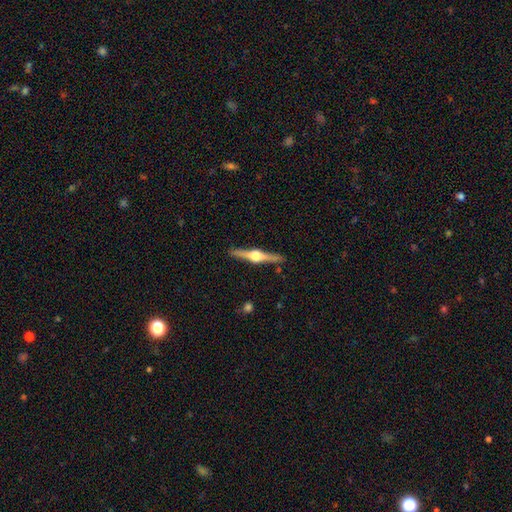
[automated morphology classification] This appears to be a featured or disk galaxy (83%) viewed edge-on (98%) with a rounded central bulge (96%). Merging: none (91%).